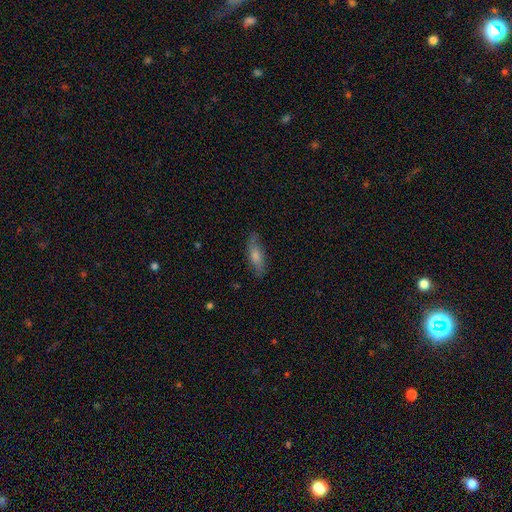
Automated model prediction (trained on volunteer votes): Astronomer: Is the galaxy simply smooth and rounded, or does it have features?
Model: smooth — 52% (runner-up: featured or disk, 39%).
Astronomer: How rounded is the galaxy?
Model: cigar-shaped — 52% (runner-up: in between, 45%).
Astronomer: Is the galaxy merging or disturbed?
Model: none — 79%.